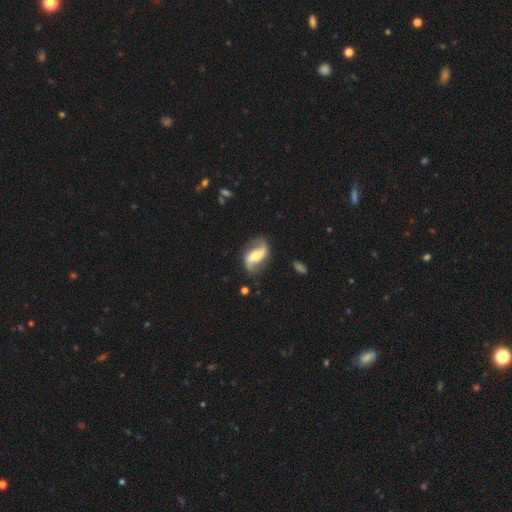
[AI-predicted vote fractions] Smooth or featured? Predicted: featured or disk (p=0.85). Edge-on disk? Predicted: no (p=0.96). Bar? Predicted: strong (p=0.35). Spiral arms? Predicted: yes (p=0.94). Spiral winding? Predicted: loose (p=0.69). Spiral arm count? Predicted: 2 (p=0.92). Bulge size? Predicted: moderate (p=0.62). Merging? Predicted: none (p=0.78).